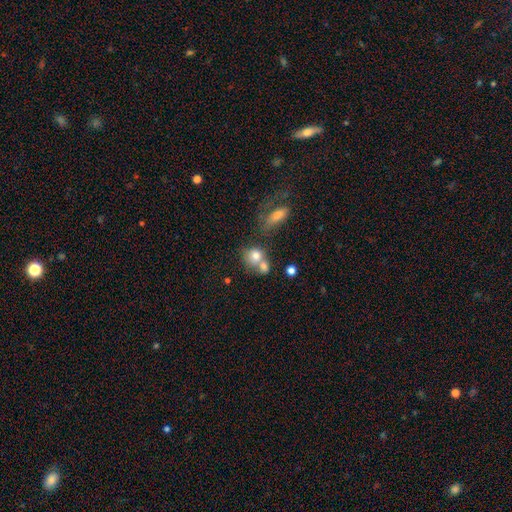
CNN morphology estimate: Q: Smooth or featured?
A: smooth (75%); runner-up: featured or disk (15%)
Q: How rounded?
A: round (73%); runner-up: in between (26%)
Q: Merging?
A: merger (51%); runner-up: none (36%)